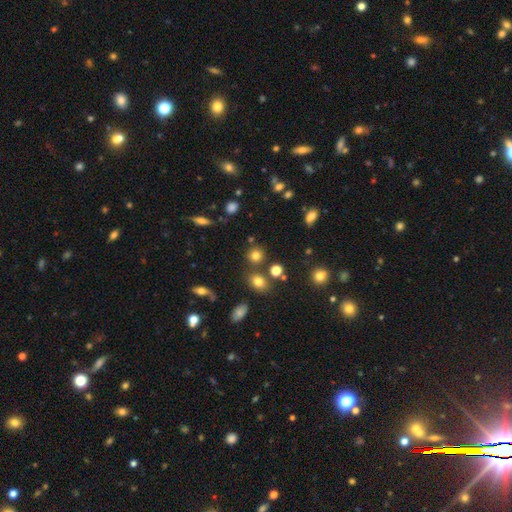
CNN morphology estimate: Overall: smooth (77%). How rounded: round (87%). Merging: none (79%).